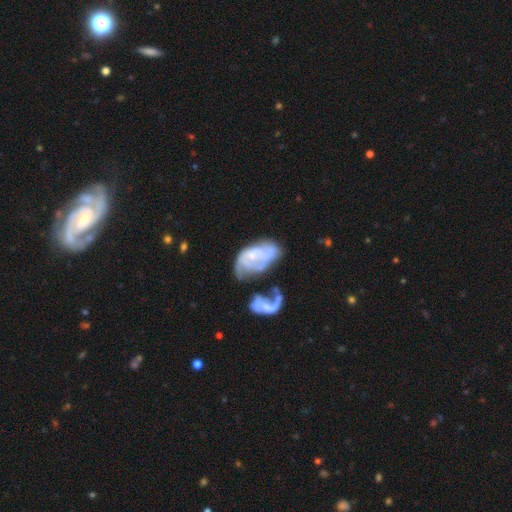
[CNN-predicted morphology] smooth-or-featured: featured or disk: 64% | smooth: 28% | star or artifact: 8%
  disk-edge-on: no: 96% | yes: 4%
    bar: no: 68% | weak: 25% | strong: 6%
    has-spiral-arms: yes: 52% | no: 48%
    bulge-size: small: 32% | none: 31% | moderate: 30% | large: 6% | dominant: 2%
  merging: merger: 34% | major disturbance: 30% | none: 19% | minor disturbance: 17%